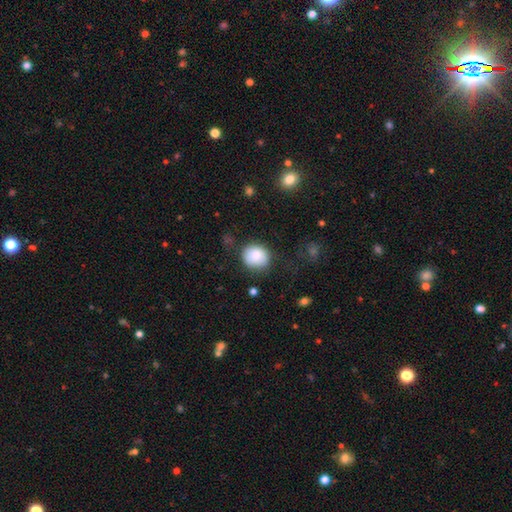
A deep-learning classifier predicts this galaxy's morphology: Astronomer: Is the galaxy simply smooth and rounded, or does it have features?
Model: smooth — 85%.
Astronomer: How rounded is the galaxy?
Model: round — 75%.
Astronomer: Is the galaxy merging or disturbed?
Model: none — 74%.